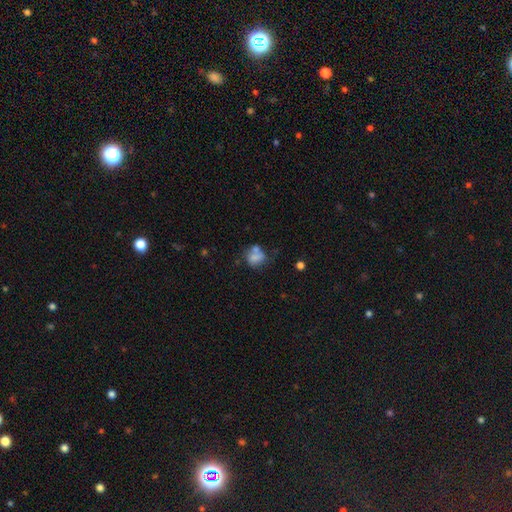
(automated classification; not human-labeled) Smooth or featured: smooth — 67% (featured or disk — 22%)
How rounded: round — 50% (in between — 49%)
Merging: none — 35% (merger — 34%)